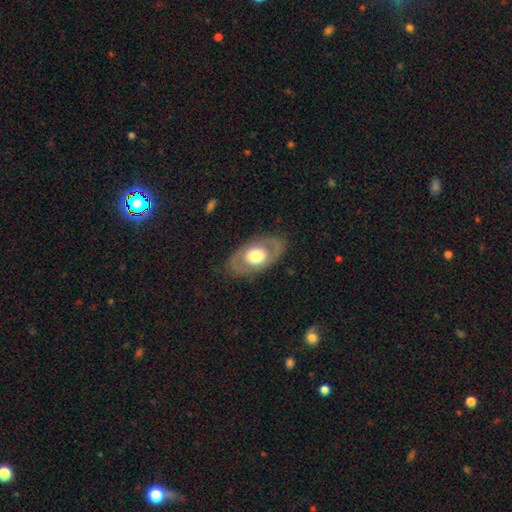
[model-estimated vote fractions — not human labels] Q: Smooth or featured?
A: featured or disk (52%); runner-up: smooth (42%)
Q: Edge-on disk?
A: no (88%); runner-up: yes (12%)
Q: Merging?
A: none (82%); runner-up: minor disturbance (12%)